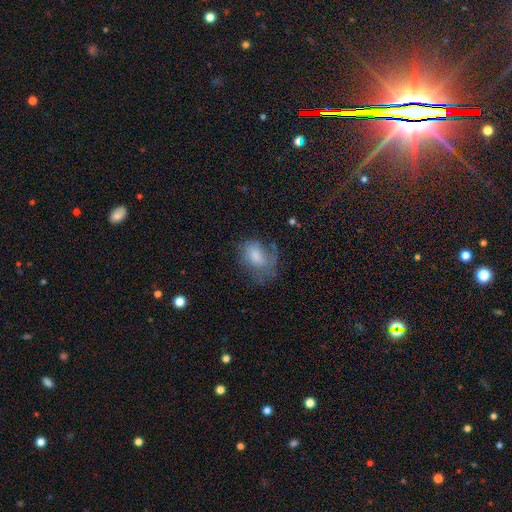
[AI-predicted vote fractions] smooth 54%, featured or disk 32%, star or artifact 13%. Down the decision tree: how rounded — in between (74%); merging — none (46%).